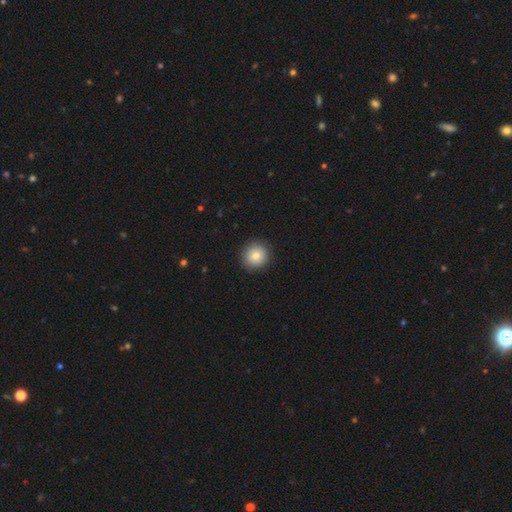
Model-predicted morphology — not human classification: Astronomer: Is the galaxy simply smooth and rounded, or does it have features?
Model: smooth — 83%.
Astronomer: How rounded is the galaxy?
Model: round — 93%.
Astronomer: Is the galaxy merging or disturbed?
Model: none — 91%.